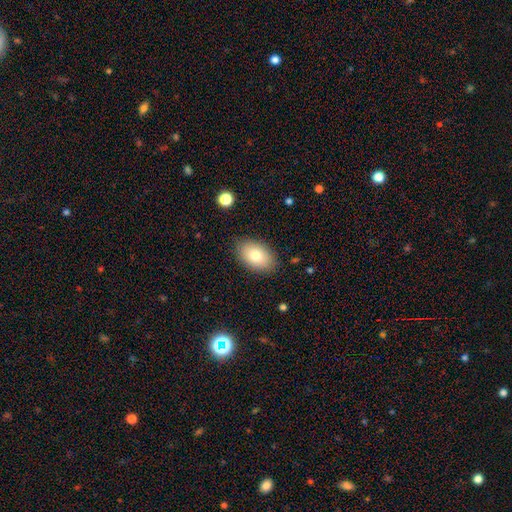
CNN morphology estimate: Overall: smooth (79%). How rounded: in between (89%). Merging: none (85%).